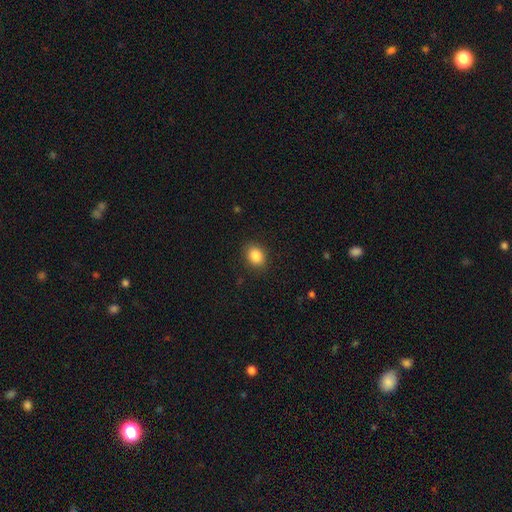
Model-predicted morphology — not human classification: A smooth galaxy with no disk features (87%) that is in between round and cigar-shaped (56%). Merging: none (87%).